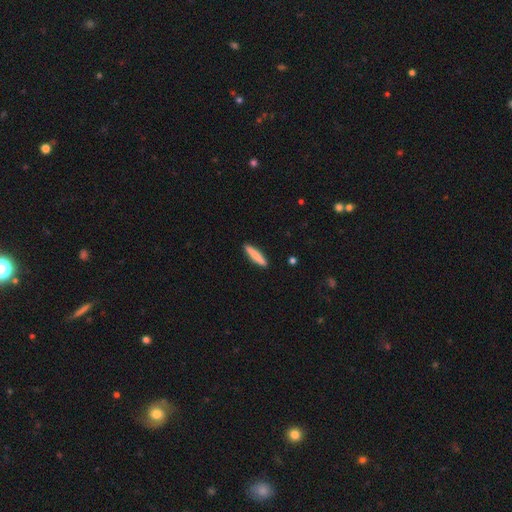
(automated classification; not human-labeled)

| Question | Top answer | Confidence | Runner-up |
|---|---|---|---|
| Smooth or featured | smooth | 83% | featured or disk (12%) |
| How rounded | cigar-shaped | 90% | in between (9%) |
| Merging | none | 90% | minor disturbance (7%) |